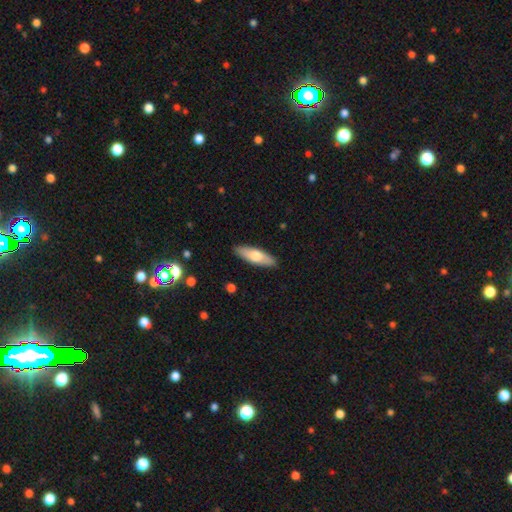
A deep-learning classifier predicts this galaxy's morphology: type=smooth (65%); roundness=in between (50%); merging=none (89%).